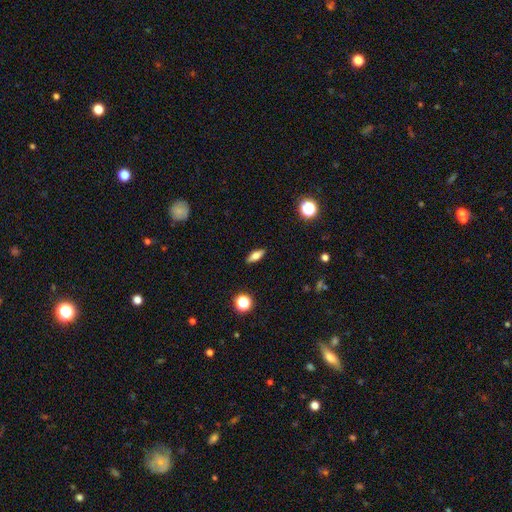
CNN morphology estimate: Smooth or featured: smooth — 68% (featured or disk — 23%)
How rounded: in between — 68% (cigar-shaped — 27%)
Merging: none — 89% (minor disturbance — 8%)